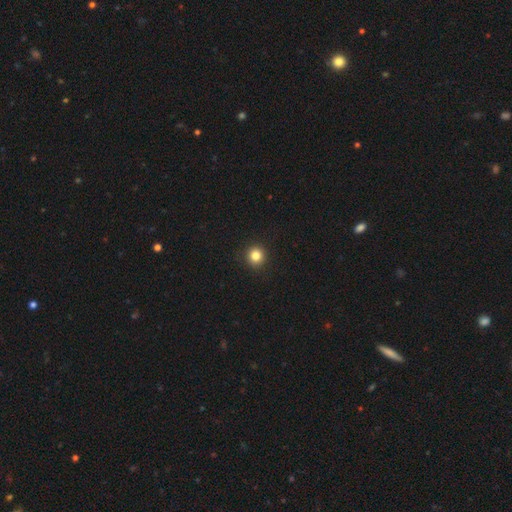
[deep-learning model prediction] This appears to be a smooth galaxy with no disk features (83%) that is round (93%). Merging: none (93%).